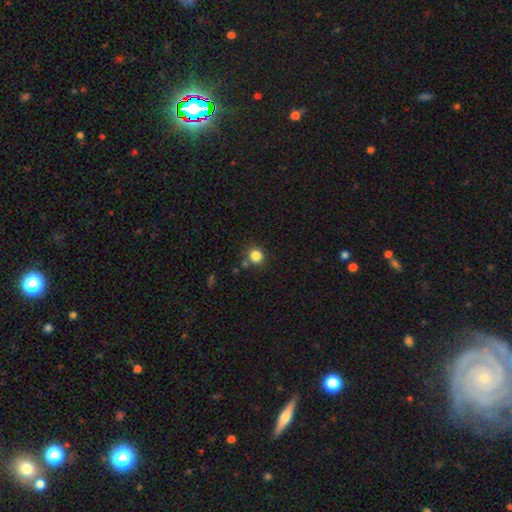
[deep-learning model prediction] Smooth or featured? Predicted: smooth (p=0.84). How rounded? Predicted: round (p=0.92). Merging? Predicted: none (p=0.79).